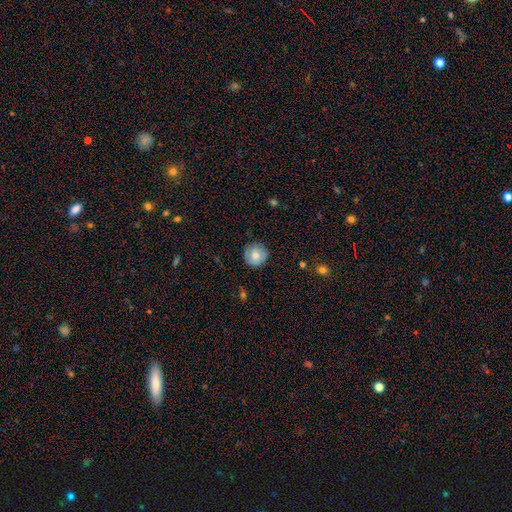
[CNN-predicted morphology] A smooth galaxy with no disk features (69%) that is round (92%). Merging: none (80%).